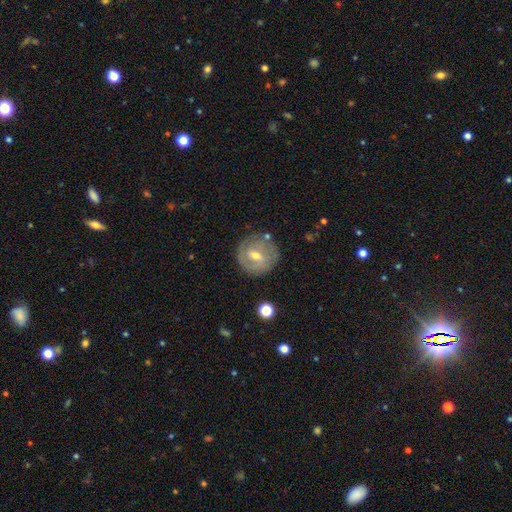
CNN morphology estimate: Overall: featured or disk (58%; smooth 35%). Edge-on disk: no (95%). Bar: weak (54%; no 25%). Spiral arms: yes (54%; no 46%). Bulge size: moderate (56%; small 39%). Merging: none (75%).